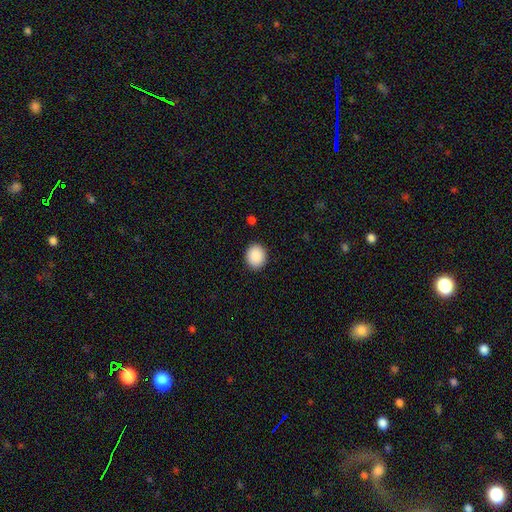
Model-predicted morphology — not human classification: This appears to be a smooth galaxy with no disk features (90%) that is round (70%). Merging: none (90%).